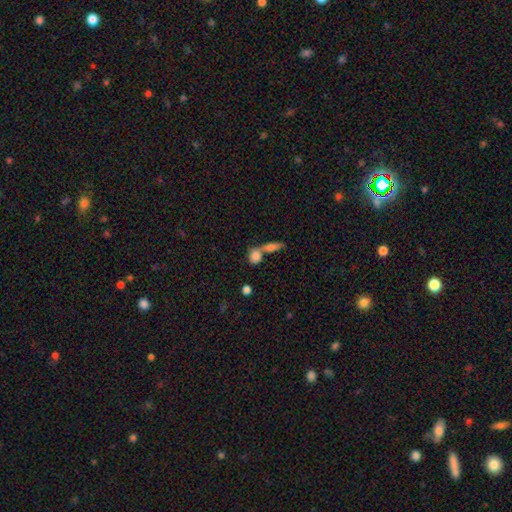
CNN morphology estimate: A smooth galaxy with no disk features (80%) that is in between round and cigar-shaped (46%, tied with round).

Vote fractions:
- Smooth or featured? smooth: 80% / featured or disk: 11% / star or artifact: 9%
- How rounded? in between: 46% (tied) / round: 46% (tied) / cigar-shaped: 9%
- Merging? merger: 51% / none: 37% / minor disturbance: 8% / major disturbance: 4%